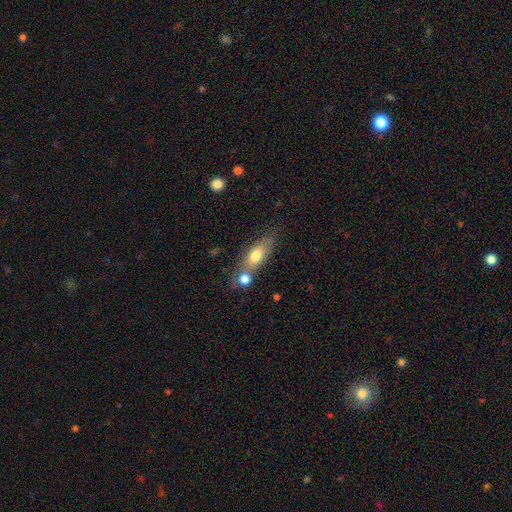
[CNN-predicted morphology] A smooth galaxy with no disk features (68%) that is in between round and cigar-shaped (67%).

Vote fractions:
- Smooth or featured? smooth: 68% / featured or disk: 25% / star or artifact: 7%
- How rounded? in between: 67% / cigar-shaped: 25% / round: 8%
- Merging? merger: 42% / none: 41% / minor disturbance: 13% / major disturbance: 5%